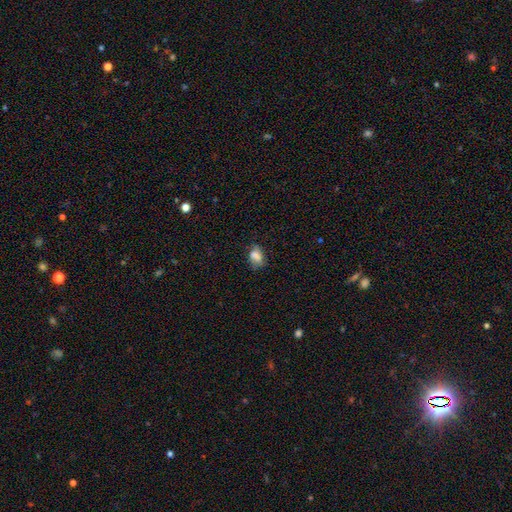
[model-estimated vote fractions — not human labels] Smooth or featured: smooth — 78% (star or artifact — 11%)
How rounded: in between — 80% (round — 17%)
Merging: none — 59% (minor disturbance — 28%)